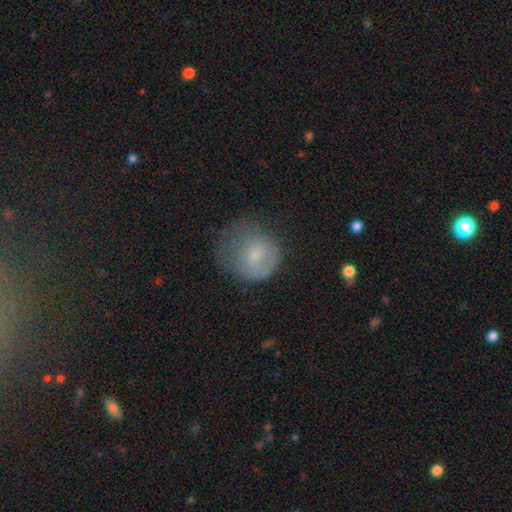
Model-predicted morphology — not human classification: Smooth or featured? Predicted: smooth (p=0.66). How rounded? Predicted: round (p=0.73). Merging? Predicted: none (p=0.37).